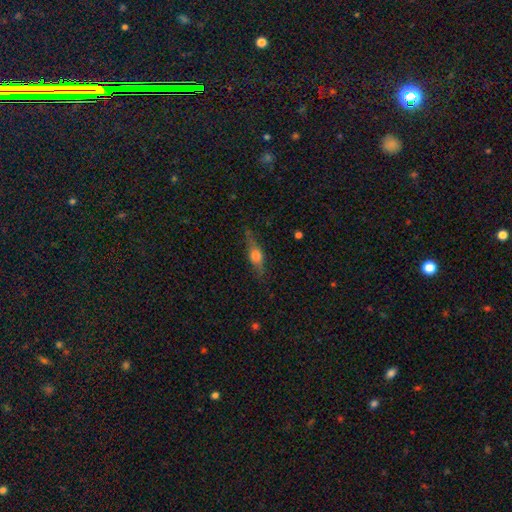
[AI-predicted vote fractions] A featured or disk galaxy (49%). Merging: none (76%).